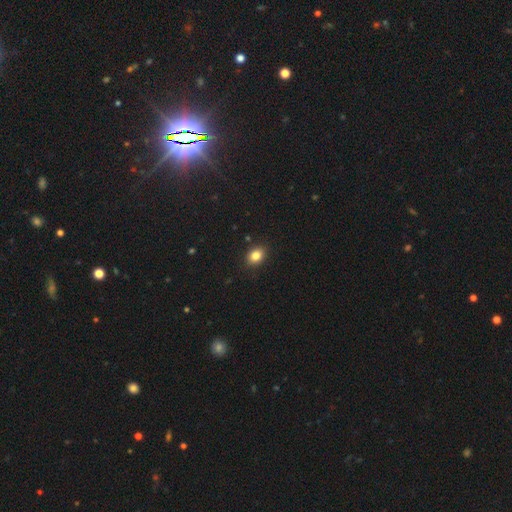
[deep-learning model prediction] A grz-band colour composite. It shows a smooth galaxy with no disk features (84%) that is in between round and cigar-shaped (62%). Merging: none (88%).